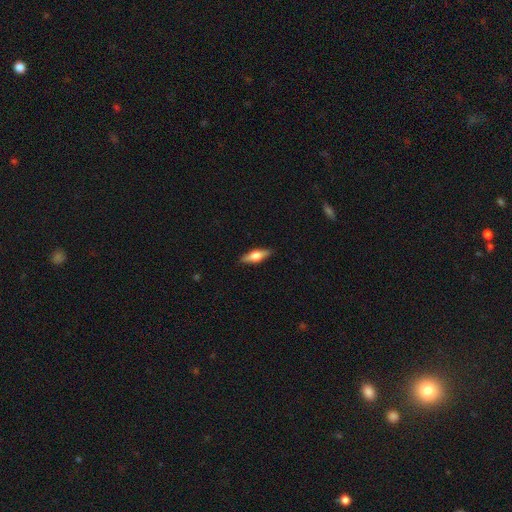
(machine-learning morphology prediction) Smooth or featured? Predicted: featured or disk (p=0.49). Merging? Predicted: none (p=0.89).